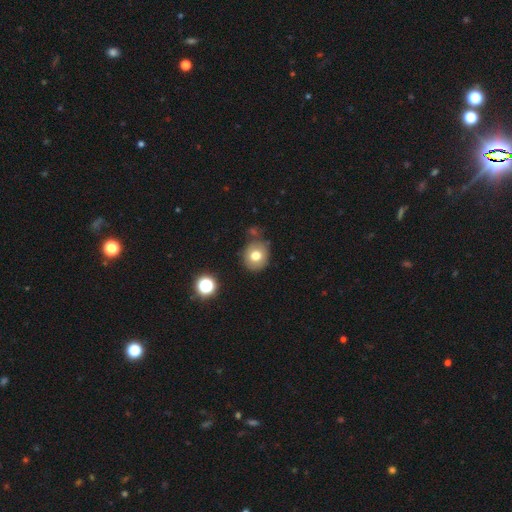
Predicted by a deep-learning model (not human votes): smooth-or-featured: smooth: 74% | featured or disk: 14% | star or artifact: 12%
  how-rounded: round: 79% | in between: 21% | cigar-shaped: 1%
  merging: none: 78% | minor disturbance: 13% | merger: 6% | major disturbance: 4%